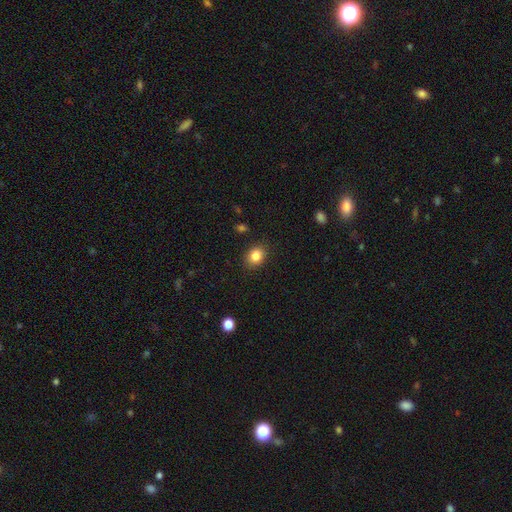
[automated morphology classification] Smooth or featured? Predicted: smooth (p=0.84). How rounded? Predicted: in between (p=0.50). Merging? Predicted: none (p=0.88).